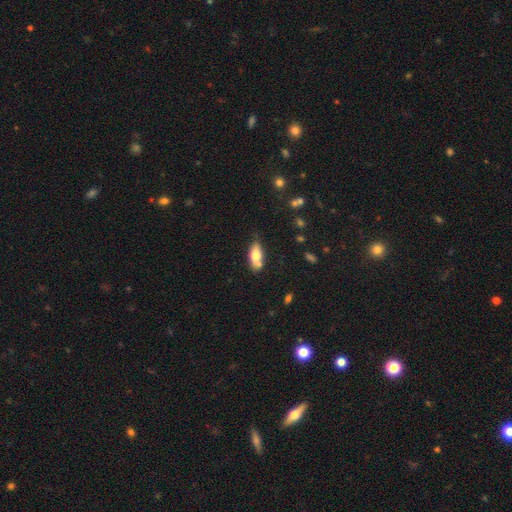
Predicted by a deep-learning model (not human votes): Overall: smooth (68%). How rounded: in between (79%). Merging: none (60%; minor disturbance 20%).